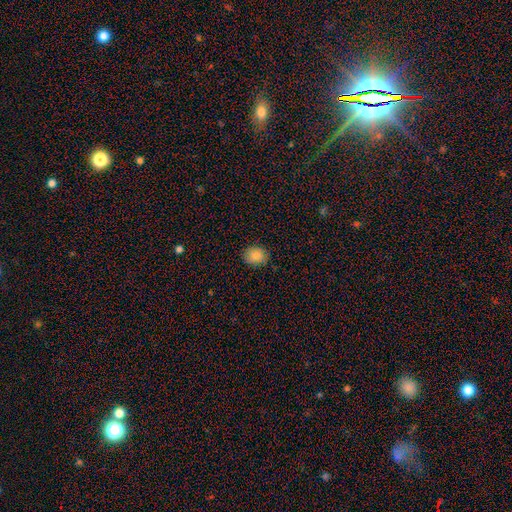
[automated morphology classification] A smooth galaxy with no disk features (85%) that is round (56%).

Vote fractions:
- Smooth or featured? smooth: 85% / star or artifact: 9% / featured or disk: 6%
- How rounded? round: 56% / in between: 43% / cigar-shaped: 1%
- Merging? none: 87% / minor disturbance: 10% / major disturbance: 2% / merger: 1%